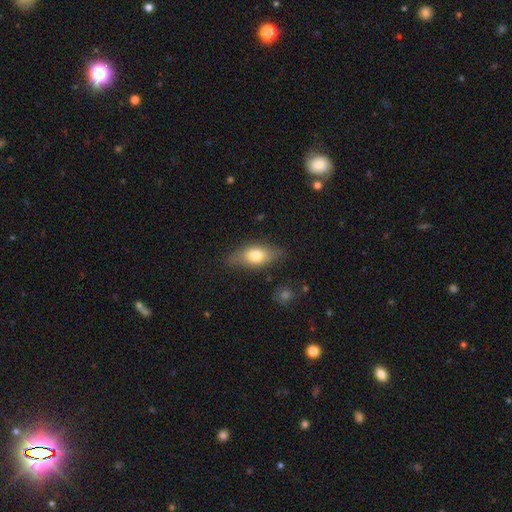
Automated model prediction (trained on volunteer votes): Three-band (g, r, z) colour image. It shows a smooth galaxy with no disk features (68%) that is in between round and cigar-shaped (77%). Merging: none (77%).